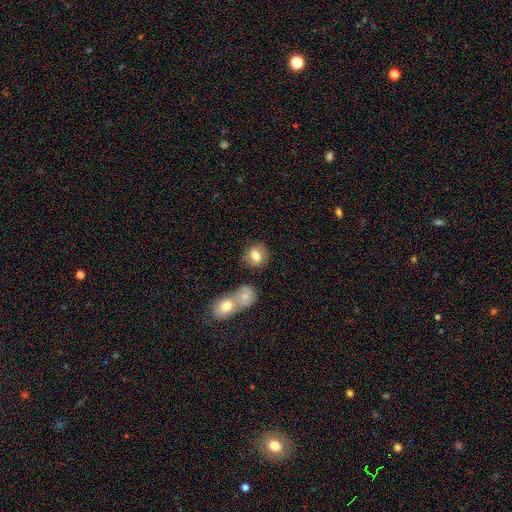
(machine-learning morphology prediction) This is likely a smooth galaxy (76%). How rounded: possibly round (57%). Merging: likely none (68%).